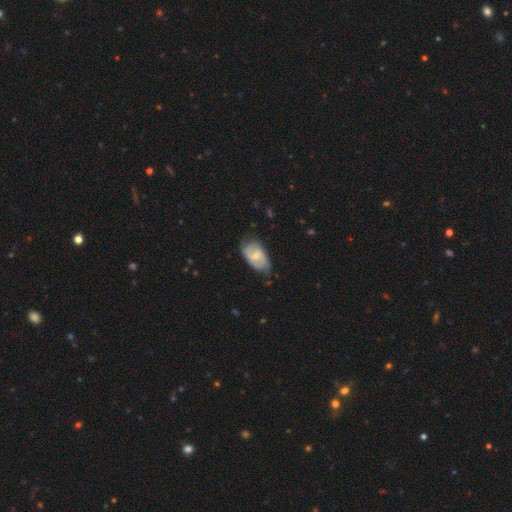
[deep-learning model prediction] A featured or disk galaxy (54%) with no bar (54%), spiral arms (81%) and a small central bulge (57%).

Vote fractions:
- Smooth or featured? featured or disk: 54% / smooth: 40% / star or artifact: 6%
- Edge-on disk? no: 95% / yes: 5%
- Bar? no: 54% / weak: 39% / strong: 8%
- Spiral arms? yes: 81% / no: 19%
- Bulge size? small: 57% / moderate: 35% / none: 5% / large: 2% / dominant: 1%
- Merging? none: 59% / minor disturbance: 31% / major disturbance: 8% / merger: 2%